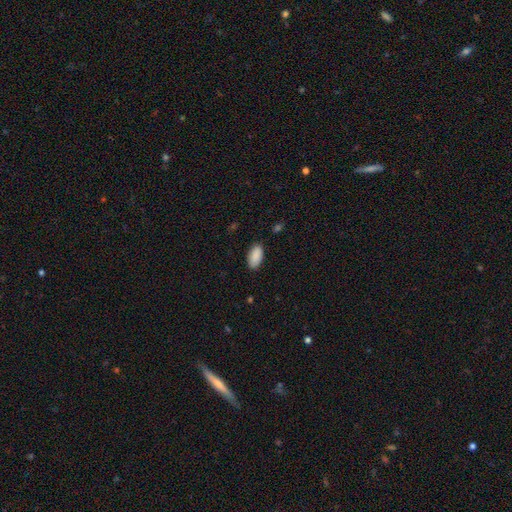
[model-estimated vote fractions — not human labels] Overall: smooth (90%). How rounded: in between (95%). Merging: none (86%).